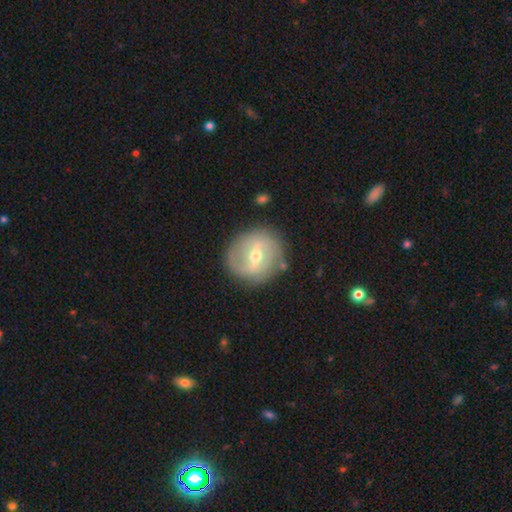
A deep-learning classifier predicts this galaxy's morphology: featured or disk 69%, smooth 24%, star or artifact 7%. Down the decision tree: edge-on disk — no (95%); bar — weak (49%); spiral arms — yes (70%); bulge size — moderate (65%); merging — none (82%).